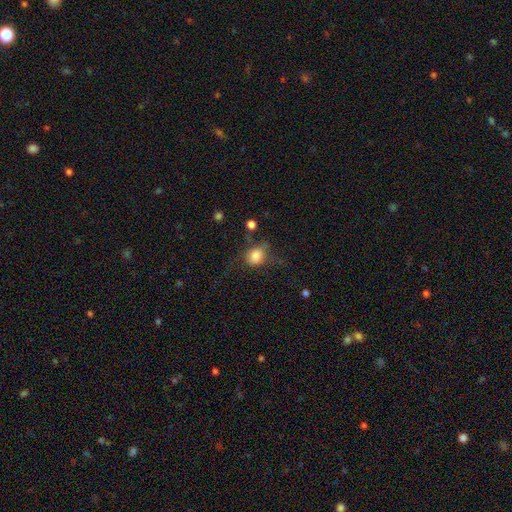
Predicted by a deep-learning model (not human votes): Morphology: type=smooth (81%); roundness=round (56%); merging=none (51%).